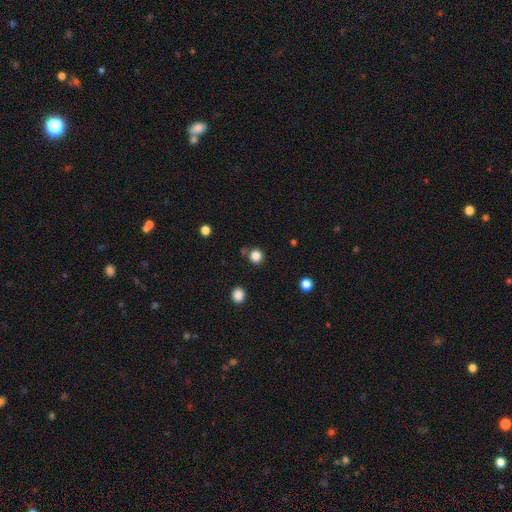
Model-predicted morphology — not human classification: This appears to be a smooth galaxy with no disk features (84%) that is round (93%). Merging: none (82%).